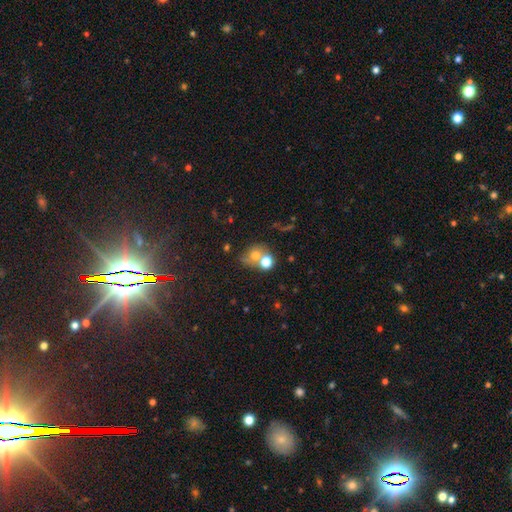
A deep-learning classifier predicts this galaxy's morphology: The model was most divided on "merging": merger: 46%, none: 35%, minor disturbance: 12%, major disturbance: 8%. More confident: smooth or featured — smooth (65%); how rounded — round (64%).